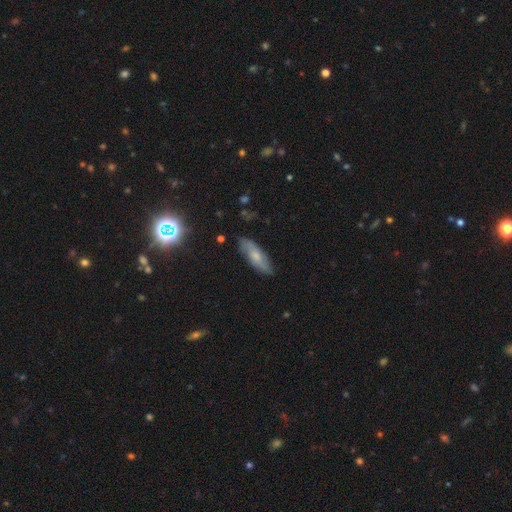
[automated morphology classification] Smooth or featured: smooth — 49% (featured or disk — 42%)
Merging: none — 80% (minor disturbance — 15%)